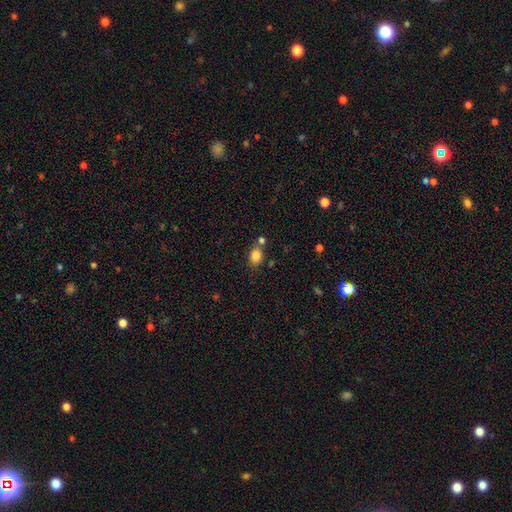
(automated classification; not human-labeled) smooth-or-featured: smooth: 83% | star or artifact: 10% | featured or disk: 7%
  how-rounded: in between: 65% | round: 34% | cigar-shaped: 1%
  merging: none: 66% | merger: 17% | minor disturbance: 13% | major disturbance: 4%